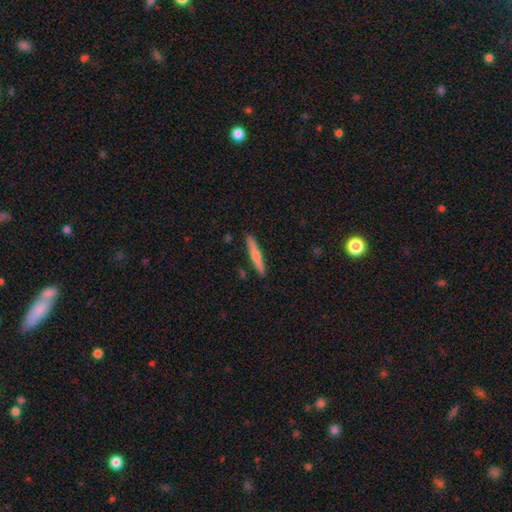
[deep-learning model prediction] Q: Smooth or featured?
A: featured or disk (50%); runner-up: smooth (44%)
Q: Merging?
A: none (90%); runner-up: minor disturbance (7%)